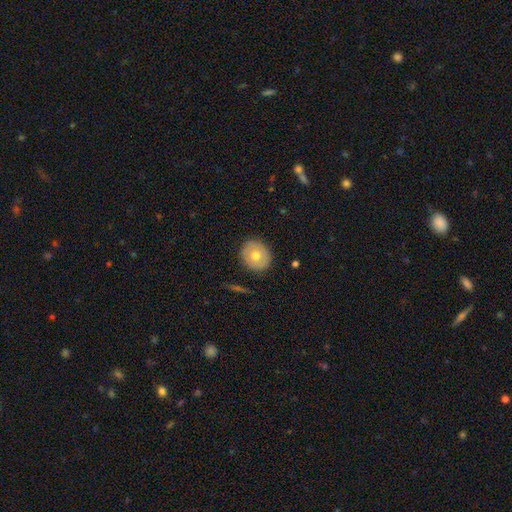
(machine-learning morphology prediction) Smooth or featured?
  - smooth: 64% *
  - featured or disk: 28%
  - star or artifact: 8%
How rounded?
  - round: 78% *
  - in between: 21%
  - cigar-shaped: 1%
Merging?
  - none: 87% *
  - minor disturbance: 10%
  - major disturbance: 2%
  - merger: 1%